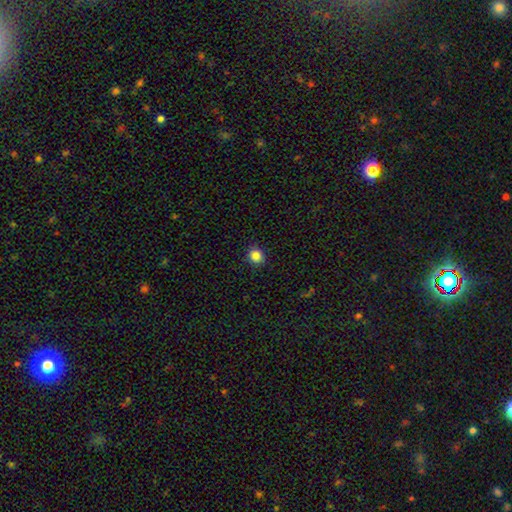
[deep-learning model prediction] This appears to be a smooth galaxy with no disk features (85%) that is round (81%). Merging: none (90%).